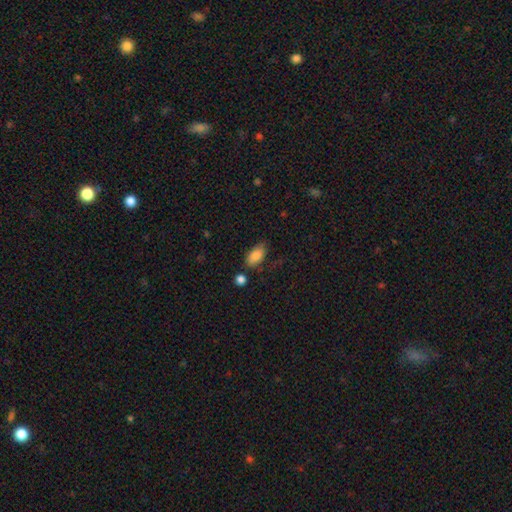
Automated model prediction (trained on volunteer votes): Smooth or featured?
  - smooth: 84% *
  - featured or disk: 9%
  - star or artifact: 8%
How rounded?
  - in between: 91% *
  - round: 5%
  - cigar-shaped: 5%
Merging?
  - none: 69% *
  - minor disturbance: 21%
  - major disturbance: 5%
  - merger: 5%